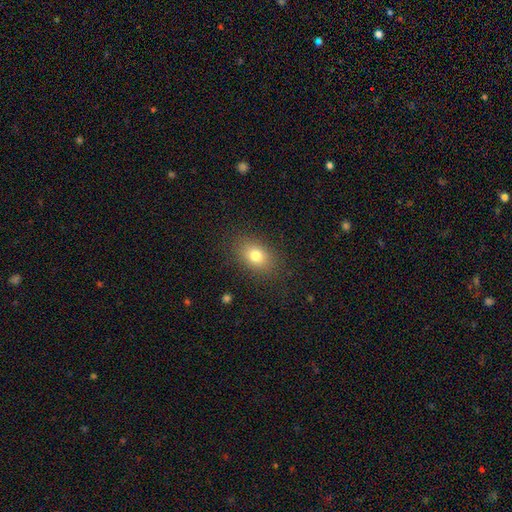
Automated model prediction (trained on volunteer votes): A smooth galaxy with no disk features (78%) that is in between round and cigar-shaped (75%).

Vote fractions:
- Smooth or featured? smooth: 78% / featured or disk: 11% / star or artifact: 11%
- How rounded? in between: 75% / round: 23% / cigar-shaped: 2%
- Merging? none: 85% / minor disturbance: 10% / major disturbance: 4% / merger: 1%